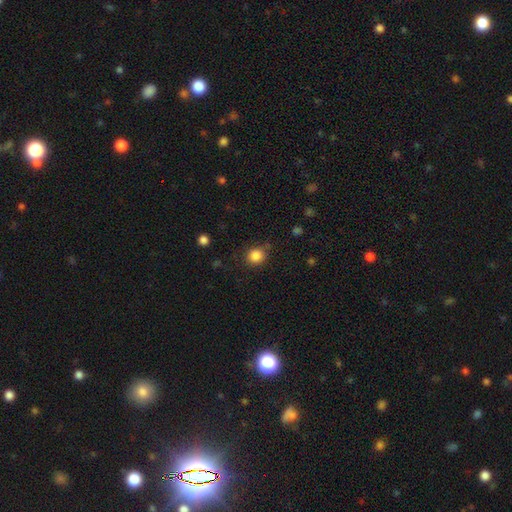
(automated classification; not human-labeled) This is clearly a smooth galaxy (85%). How rounded: clearly round (83%). Merging: likely none (78%).